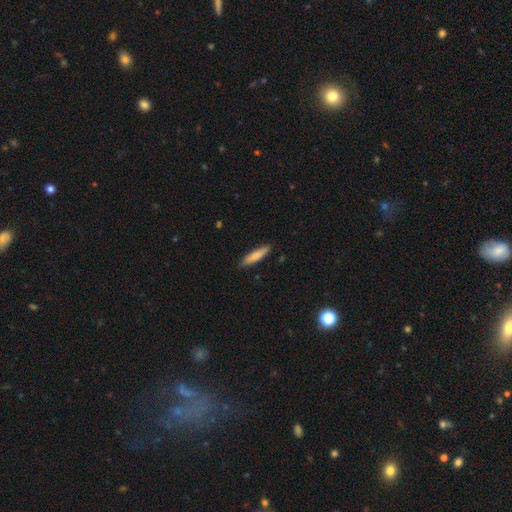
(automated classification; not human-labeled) A smooth galaxy with no disk features (80%) that is cigar-shaped (86%).

Vote fractions:
- Smooth or featured? smooth: 80% / featured or disk: 15% / star or artifact: 6%
- How rounded? cigar-shaped: 86% / in between: 13% / round: 1%
- Merging? none: 88% / minor disturbance: 9% / major disturbance: 2% / merger: 1%